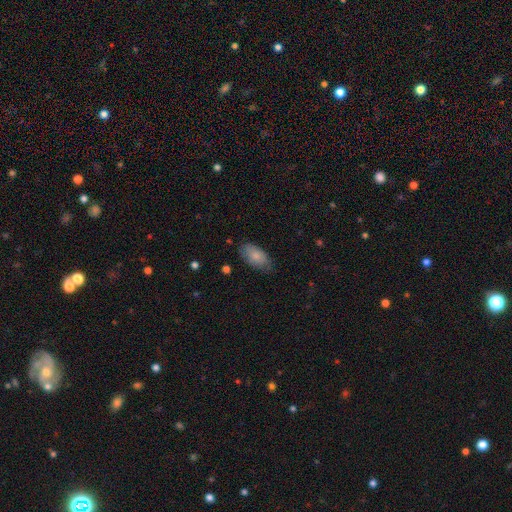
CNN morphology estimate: type=smooth (81%); roundness=in between (93%); merging=none (71%).